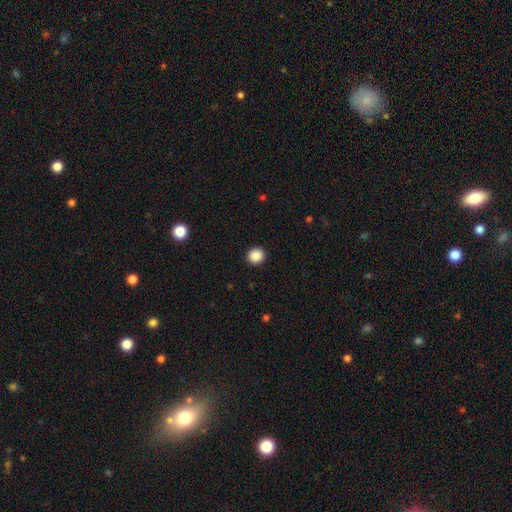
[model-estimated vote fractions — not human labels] smooth_or_featured: smooth (p=0.88) [alt: star or artifact p=0.09]
how_rounded: round (p=0.91) [alt: in between p=0.08]
merging: none (p=0.92) [alt: minor disturbance p=0.05]